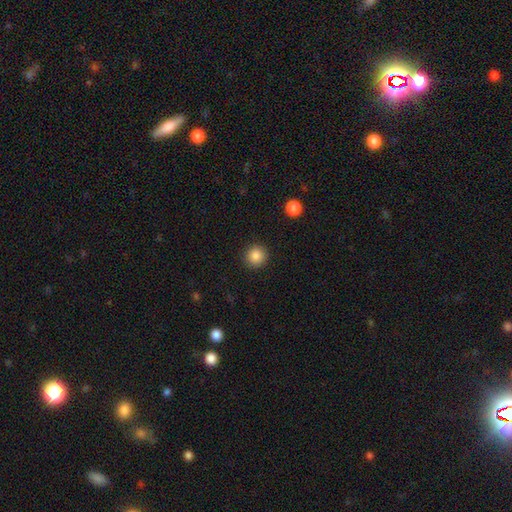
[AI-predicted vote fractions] smooth 86%, star or artifact 10%, featured or disk 4%. Down the decision tree: how rounded — round (94%); merging — none (92%).